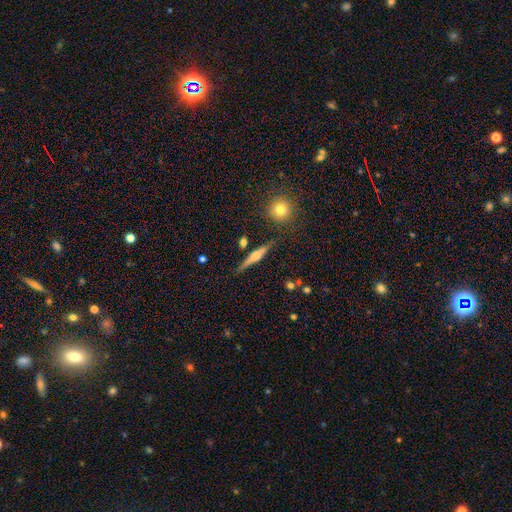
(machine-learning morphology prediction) A featured or disk galaxy (66%) viewed edge-on (96%) with a rounded central bulge (81%). Merging: none (83%).